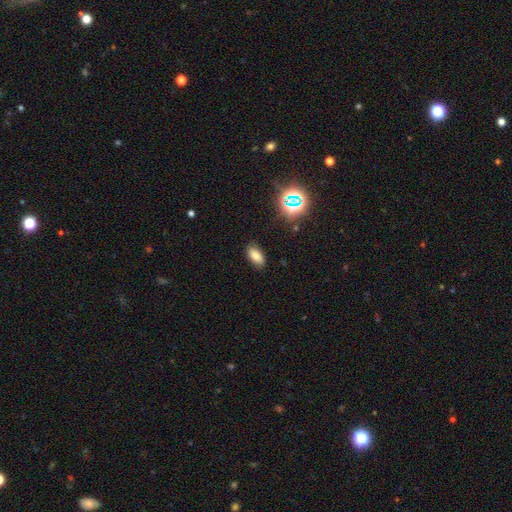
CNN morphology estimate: smooth-or-featured: smooth: 76% | star or artifact: 15% | featured or disk: 9%
  how-rounded: in between: 90% | cigar-shaped: 6% | round: 4%
  merging: none: 84% | minor disturbance: 12% | major disturbance: 3% | merger: 1%